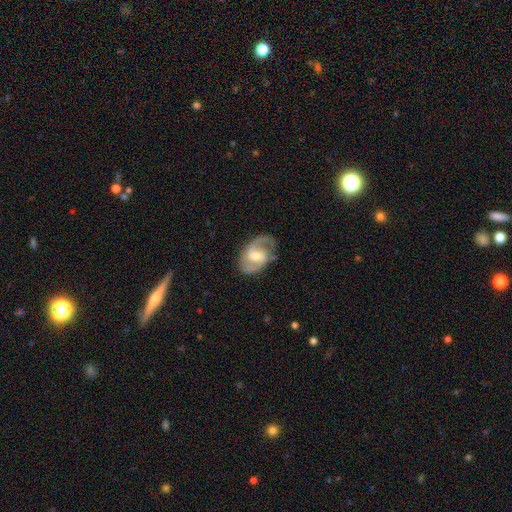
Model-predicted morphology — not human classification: Smooth or featured? featured or disk (85%)
Edge-on disk? no (97%)
Bar? weak (51%)
Spiral arms? yes (96%)
Spiral winding? medium (57%)
Spiral arm count? 2 (87%)
Bulge size? moderate (57%)
Merging? none (75%)